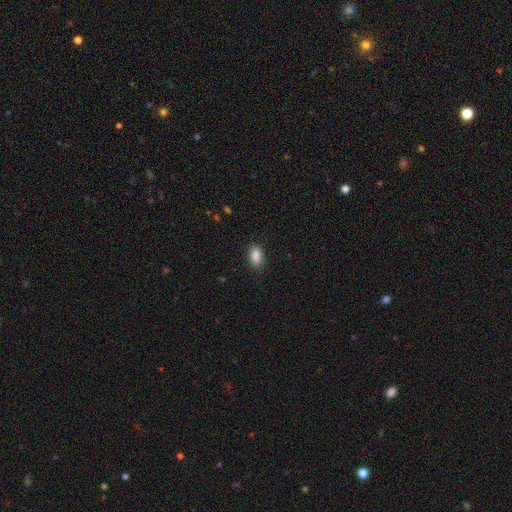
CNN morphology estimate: type=smooth (88%); roundness=in between (91%); merging=none (88%).